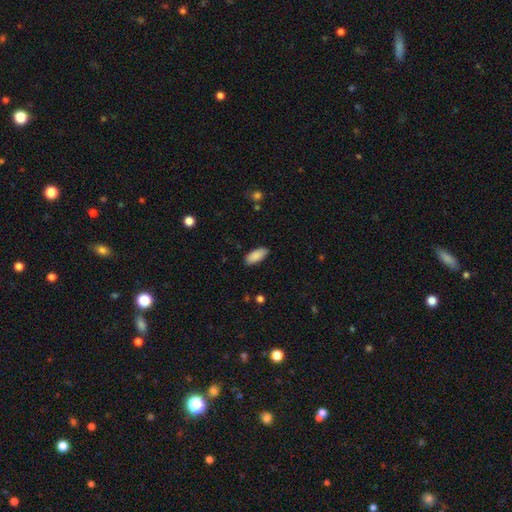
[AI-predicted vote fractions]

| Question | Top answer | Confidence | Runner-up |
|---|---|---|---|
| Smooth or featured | smooth | 90% | star or artifact (6%) |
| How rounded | in between | 87% | cigar-shaped (12%) |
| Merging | none | 86% | minor disturbance (11%) |